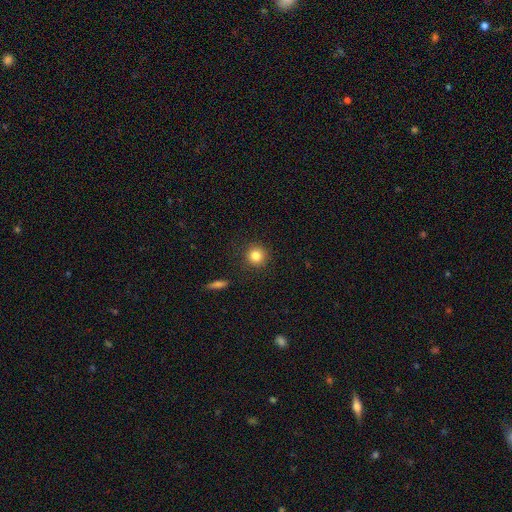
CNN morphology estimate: A smooth galaxy with no disk features (83%) that is round (93%).

Vote fractions:
- Smooth or featured? smooth: 83% / star or artifact: 11% / featured or disk: 6%
- How rounded? round: 93% / in between: 6% / cigar-shaped: 1%
- Merging? none: 89% / minor disturbance: 7% / major disturbance: 2% / merger: 2%